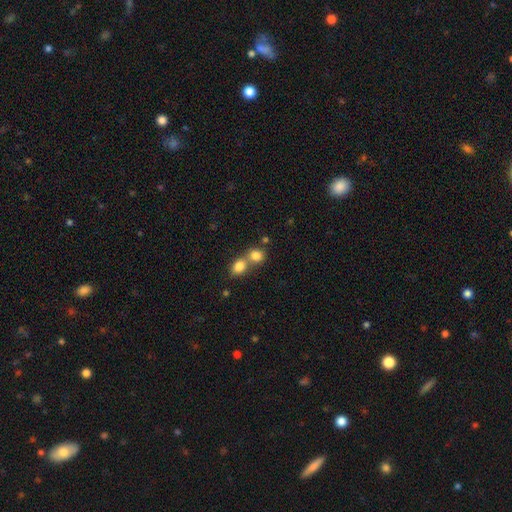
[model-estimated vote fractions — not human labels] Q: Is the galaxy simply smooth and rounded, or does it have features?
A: smooth — 81%.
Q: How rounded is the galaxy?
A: round — 69%.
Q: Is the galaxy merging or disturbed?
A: merger — 58%.